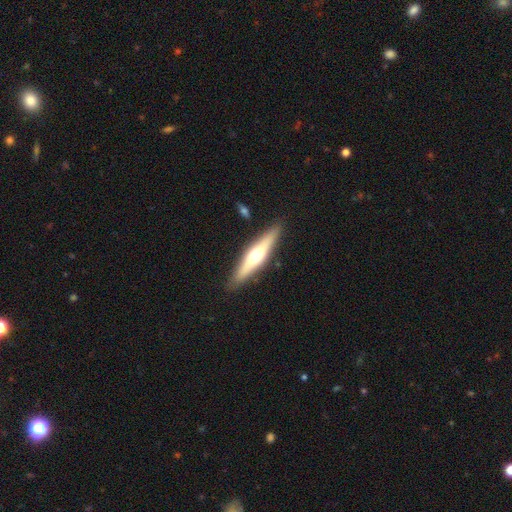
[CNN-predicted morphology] This is possibly a featured or disk galaxy (57%). It is clearly viewed edge-on (93%). Edge-on bulge: clearly rounded (91%). Merging: clearly none (89%).